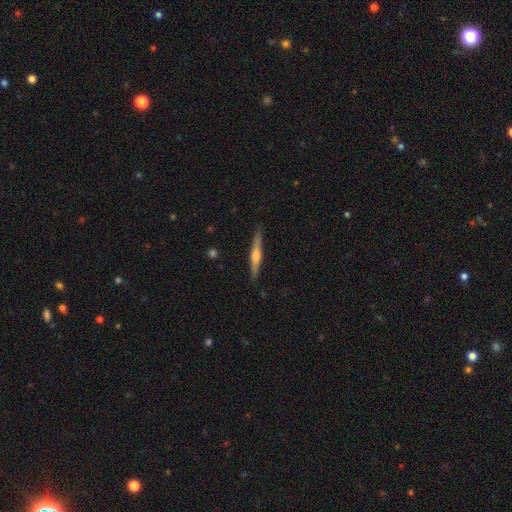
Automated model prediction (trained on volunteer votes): smooth-or-featured: featured or disk: 68% | smooth: 27% | star or artifact: 6%
  disk-edge-on: yes: 98% | no: 2%
    edge-on-bulge: rounded: 82% | boxy: 10% | none: 8%
  merging: none: 90% | minor disturbance: 7% | major disturbance: 1% | merger: 1%